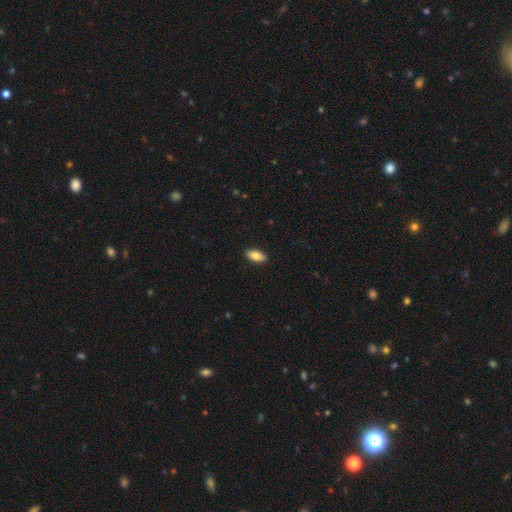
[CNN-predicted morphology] Smooth or featured? smooth (85%)
How rounded? in between (90%)
Merging? none (90%)